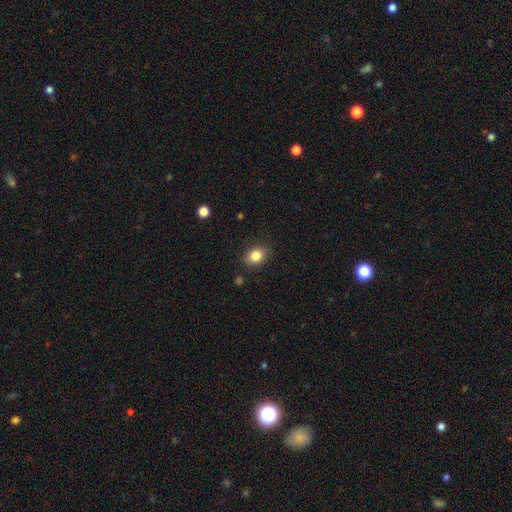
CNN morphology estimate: Smooth or featured: smooth — 83% (star or artifact — 10%)
How rounded: in between — 54% (round — 45%)
Merging: none — 84% (minor disturbance — 12%)